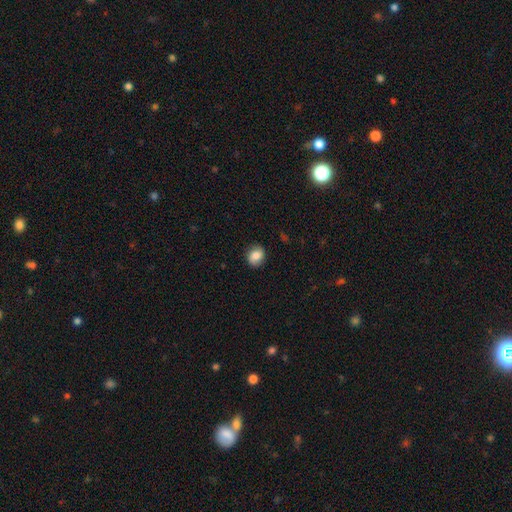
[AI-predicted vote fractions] The model was most divided on "how rounded": round: 68%, in between: 31%, cigar-shaped: 1%. More confident: merging — none (85%); smooth or featured — smooth (79%).